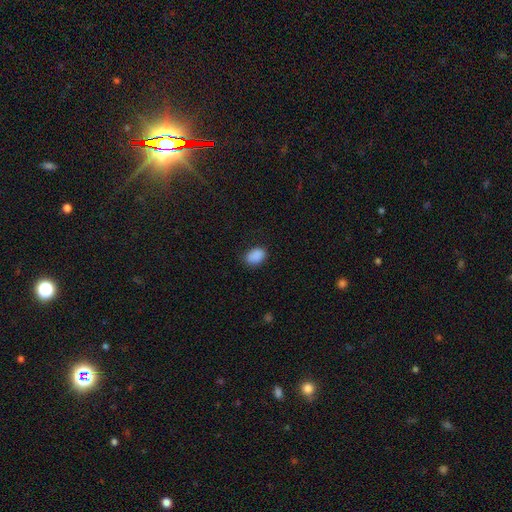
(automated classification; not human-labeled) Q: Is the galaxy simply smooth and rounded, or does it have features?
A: smooth — 89%.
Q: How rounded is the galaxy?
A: in between — 83%.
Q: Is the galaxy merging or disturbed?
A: none — 84%.